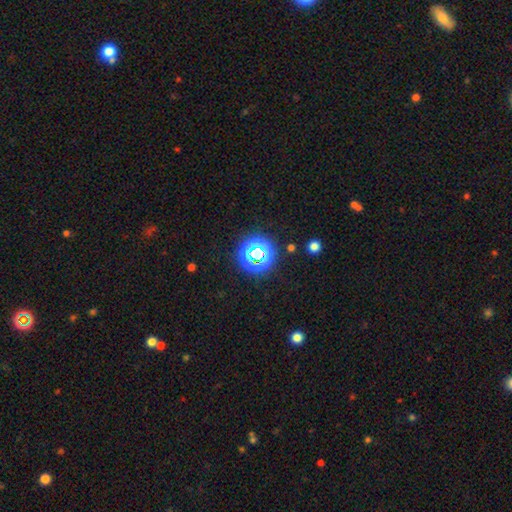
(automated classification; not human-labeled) Smooth or featured: star or artifact — 66% (smooth — 24%)